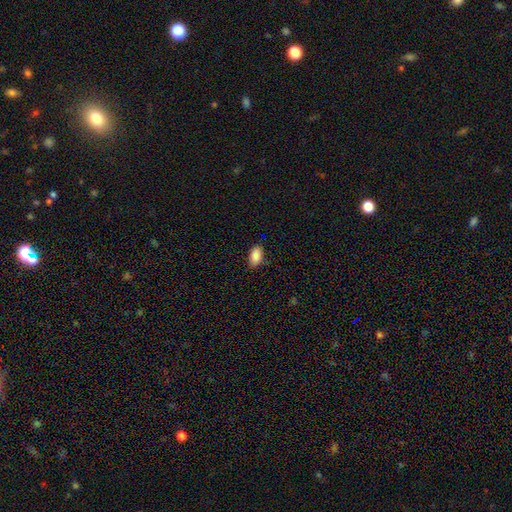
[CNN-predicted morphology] Q: Smooth or featured?
A: smooth (88%); runner-up: star or artifact (8%)
Q: How rounded?
A: in between (92%); runner-up: round (5%)
Q: Merging?
A: none (83%); runner-up: minor disturbance (14%)